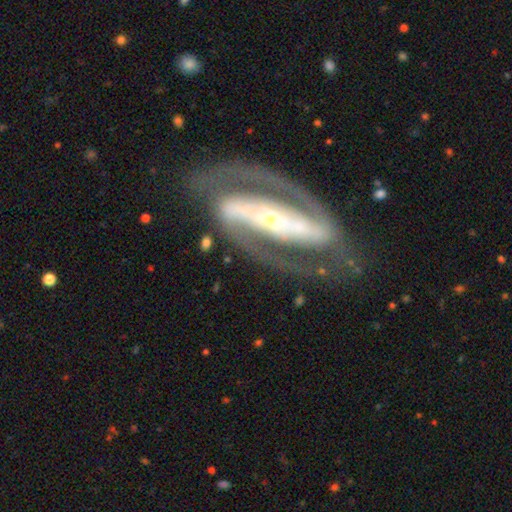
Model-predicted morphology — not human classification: smooth-or-featured: featured or disk: 92% | smooth: 4% | star or artifact: 4%
  disk-edge-on: no: 94% | yes: 6%
    bar: strong: 74% | weak: 13% | no: 13%
    has-spiral-arms: yes: 96% | no: 4%
      spiral-winding: medium: 50% | tight: 36% | loose: 14%
      spiral-arm-count: 2: 93% | can't tell: 2% | 1: 1% | 3: 1% | 4: 1% | more than 4: 1%
    bulge-size: small: 72% | moderate: 21% | large: 4% | dominant: 2% | none: 1%
  merging: none: 80% | minor disturbance: 12% | major disturbance: 7% | merger: 2%